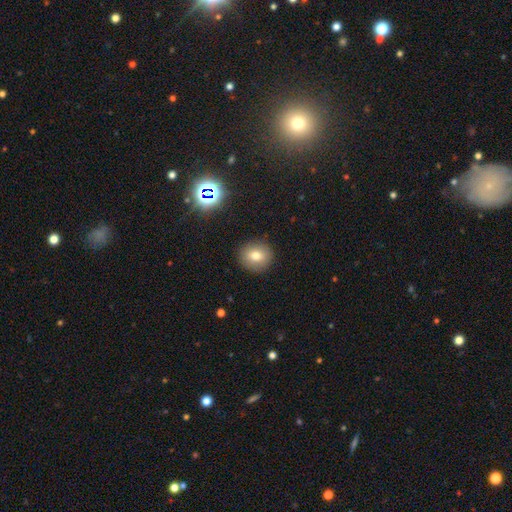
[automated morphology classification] Smooth or featured?
  - smooth: 75% *
  - featured or disk: 13%
  - star or artifact: 12%
How rounded?
  - round: 81% *
  - in between: 18%
  - cigar-shaped: 1%
Merging?
  - none: 89% *
  - minor disturbance: 7%
  - major disturbance: 2%
  - merger: 1%